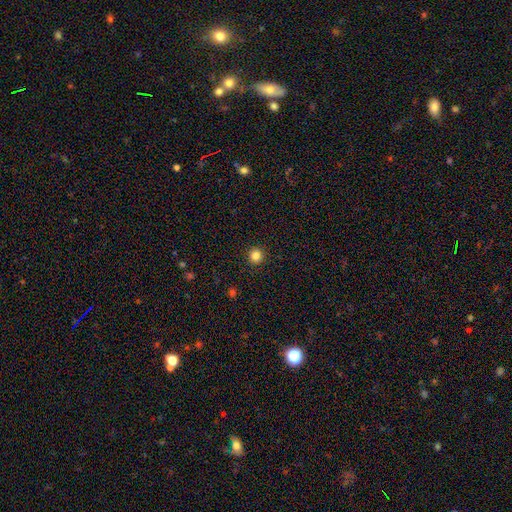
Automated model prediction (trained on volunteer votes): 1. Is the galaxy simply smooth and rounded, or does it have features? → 84% smooth, 12% star or artifact, 4% featured or disk.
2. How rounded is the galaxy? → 95% round, 4% in between, 1% cigar-shaped.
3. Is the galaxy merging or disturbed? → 93% none, 4% minor disturbance, 2% major disturbance, 1% merger.